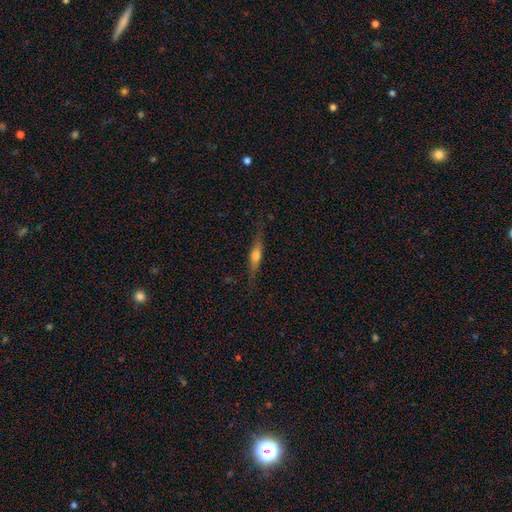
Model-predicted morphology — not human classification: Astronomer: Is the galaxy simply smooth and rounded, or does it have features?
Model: featured or disk — 58% (runner-up: smooth, 35%).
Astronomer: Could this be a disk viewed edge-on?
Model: yes — 95%.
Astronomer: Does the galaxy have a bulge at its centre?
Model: rounded — 88%.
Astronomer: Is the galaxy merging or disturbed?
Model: none — 83%.